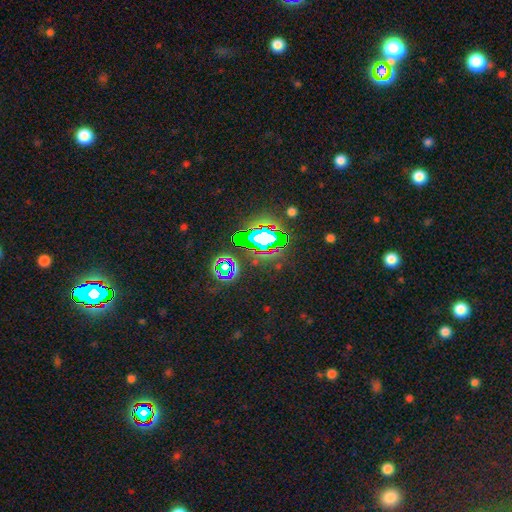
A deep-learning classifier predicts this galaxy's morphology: Smooth or featured? Predicted: star or artifact (p=0.77).